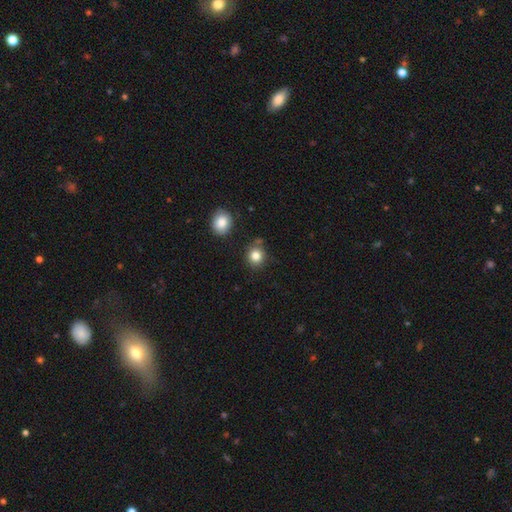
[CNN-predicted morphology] Smooth or featured: smooth — 83% (star or artifact — 11%)
How rounded: round — 85% (in between — 14%)
Merging: none — 82% (minor disturbance — 10%)